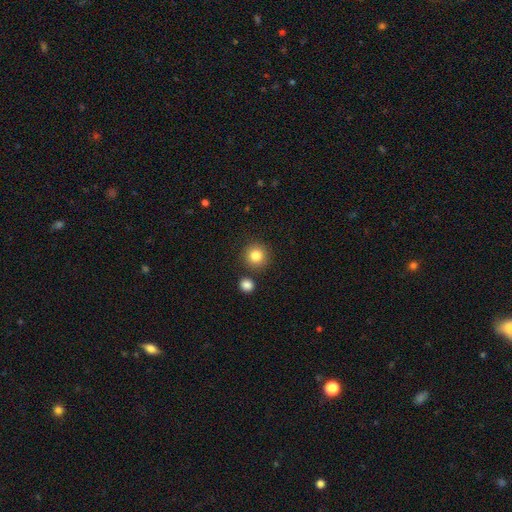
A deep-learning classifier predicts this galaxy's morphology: The model was most divided on "smooth or featured": smooth: 84%, star or artifact: 10%, featured or disk: 6%. More confident: how rounded — round (94%); merging — none (85%).